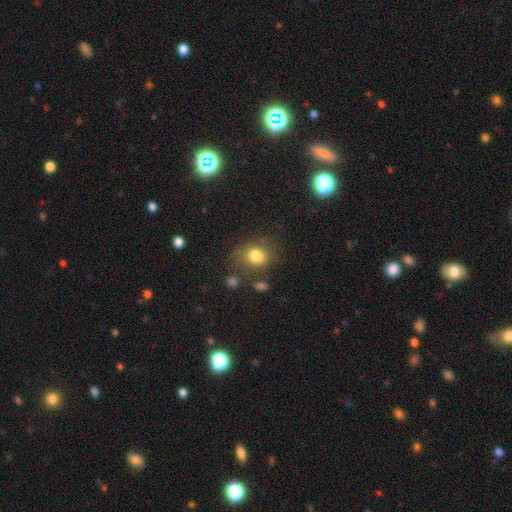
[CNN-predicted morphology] Smooth or featured? Predicted: smooth (p=0.79). How rounded? Predicted: round (p=0.51). Merging? Predicted: none (p=0.68).